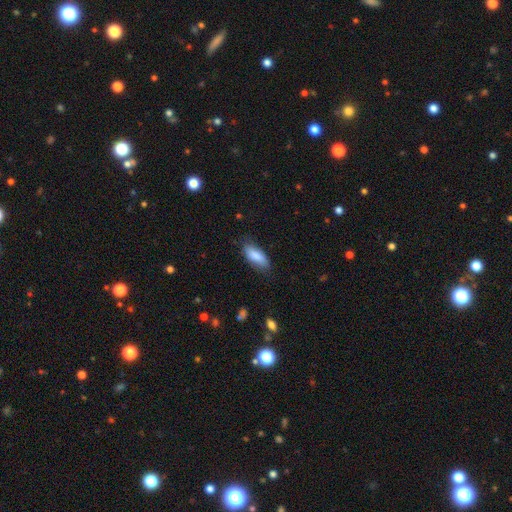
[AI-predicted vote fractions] smooth-or-featured: smooth: 85% | featured or disk: 9% | star or artifact: 6%
  how-rounded: in between: 79% | cigar-shaped: 19% | round: 2%
  merging: none: 76% | minor disturbance: 19% | major disturbance: 4% | merger: 1%